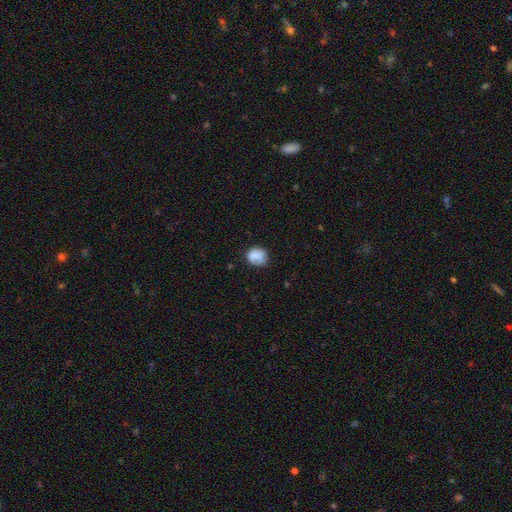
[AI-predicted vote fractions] A smooth galaxy with no disk features (80%) that is round (68%). Merging: none (63%).